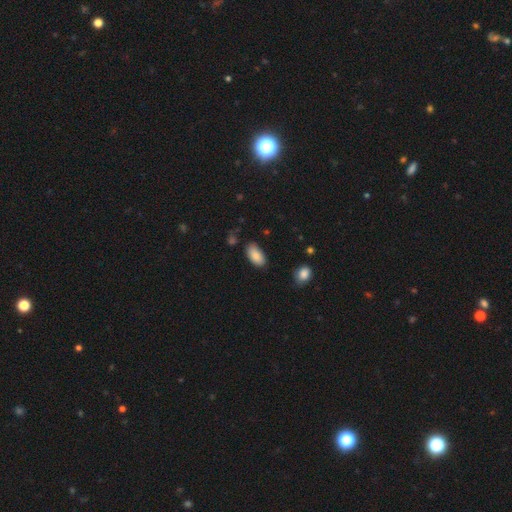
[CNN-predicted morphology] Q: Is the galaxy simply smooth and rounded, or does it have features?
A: smooth — 86%.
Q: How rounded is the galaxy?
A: in between — 94%.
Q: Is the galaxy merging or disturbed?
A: none — 79%.